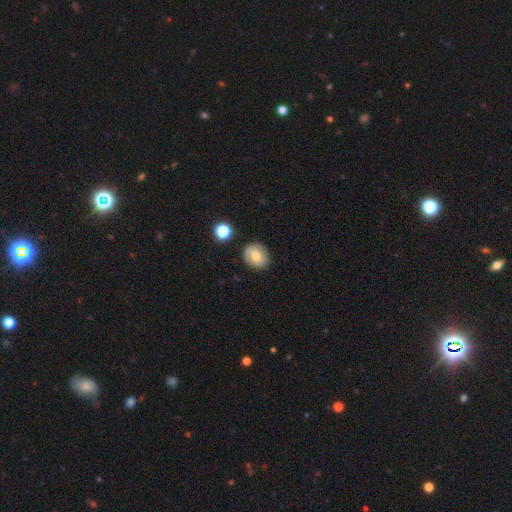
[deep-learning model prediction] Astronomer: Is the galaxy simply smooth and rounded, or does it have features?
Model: smooth — 70%.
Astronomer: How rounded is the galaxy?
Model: round — 72%.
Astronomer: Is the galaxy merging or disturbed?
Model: none — 86%.